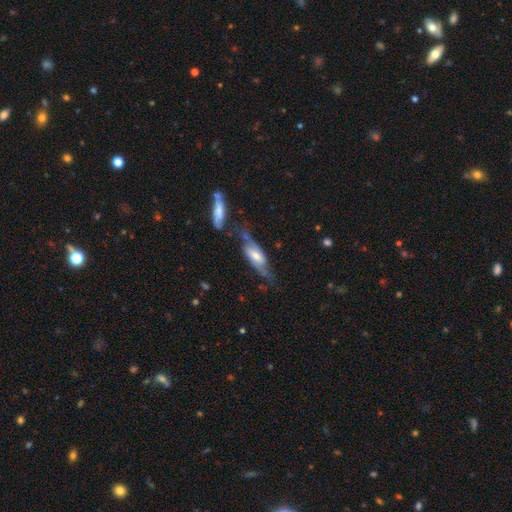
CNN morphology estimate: smooth_or_featured: featured or disk (p=0.59) [alt: smooth p=0.35]
disk_edge_on: no (p=0.72) [alt: yes p=0.28]
merging: none (p=0.46) [alt: minor disturbance p=0.25]